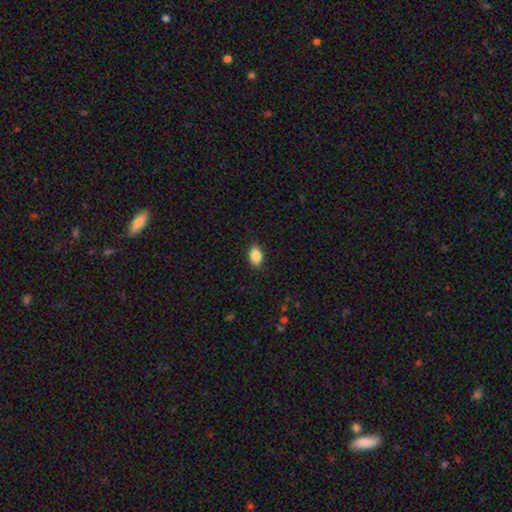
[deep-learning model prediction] Q: Smooth or featured?
A: smooth (87%); runner-up: star or artifact (8%)
Q: How rounded?
A: in between (90%); runner-up: round (9%)
Q: Merging?
A: none (88%); runner-up: minor disturbance (9%)